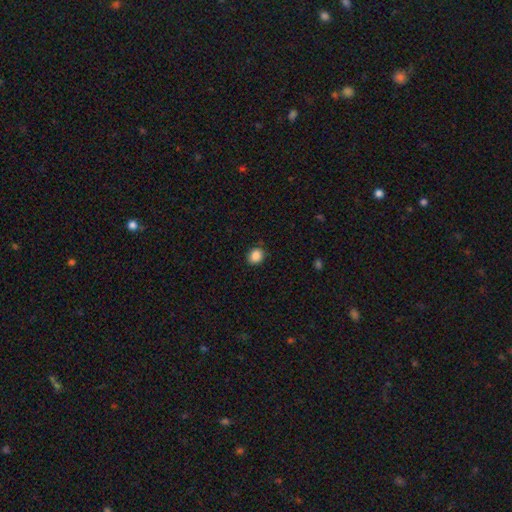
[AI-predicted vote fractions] Smooth or featured? smooth (87%)
How rounded? round (69%)
Merging? none (85%)